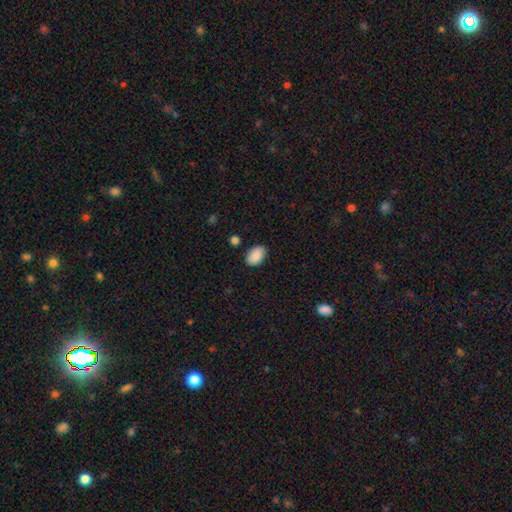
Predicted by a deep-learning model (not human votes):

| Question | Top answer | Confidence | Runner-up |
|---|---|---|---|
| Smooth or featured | smooth | 89% | star or artifact (7%) |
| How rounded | in between | 88% | round (11%) |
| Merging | none | 83% | minor disturbance (12%) |